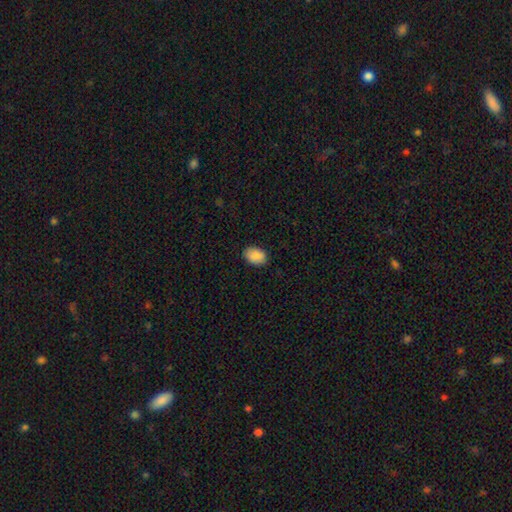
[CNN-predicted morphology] Smooth or featured: smooth — 89% (star or artifact — 7%)
How rounded: in between — 85% (round — 14%)
Merging: none — 86% (minor disturbance — 11%)